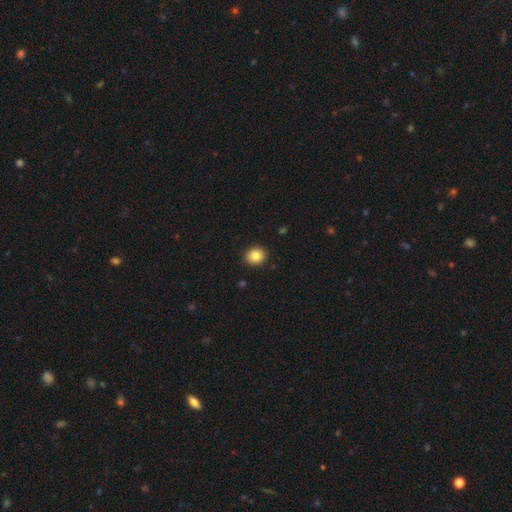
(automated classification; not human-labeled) smooth_or_featured: smooth (p=0.84) [alt: star or artifact p=0.10]
how_rounded: round (p=0.75) [alt: in between p=0.24]
merging: none (p=0.92) [alt: minor disturbance p=0.06]